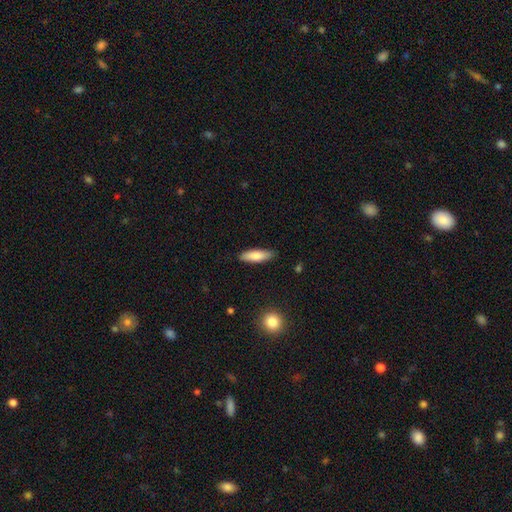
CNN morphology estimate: This is likely a smooth galaxy (79%). How rounded: possibly cigar-shaped (52%). Merging: clearly none (85%).